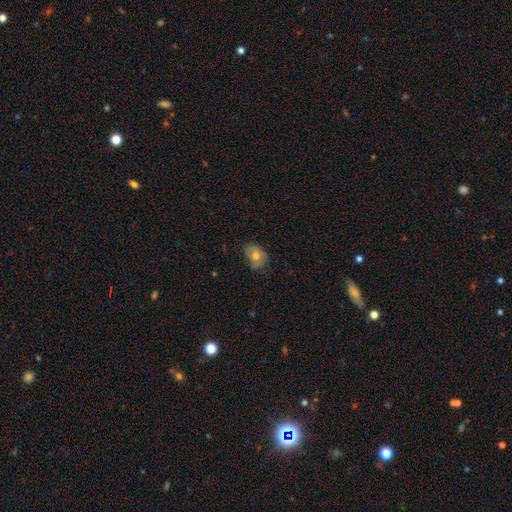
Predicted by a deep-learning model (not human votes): Smooth or featured: smooth — 54% (featured or disk — 36%)
How rounded: in between — 66% (round — 33%)
Merging: none — 67% (minor disturbance — 24%)